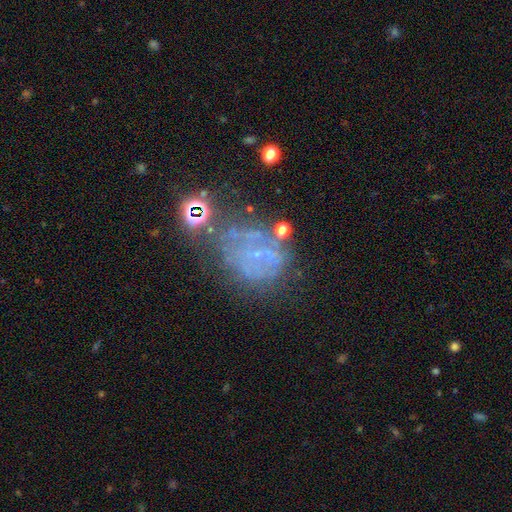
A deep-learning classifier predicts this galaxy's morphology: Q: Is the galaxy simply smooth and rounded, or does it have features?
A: featured or disk — 50%.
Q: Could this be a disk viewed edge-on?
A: no — 97%.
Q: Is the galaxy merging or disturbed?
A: none — 40%.